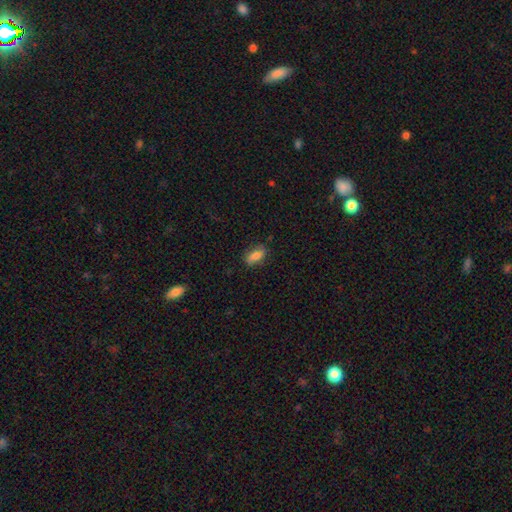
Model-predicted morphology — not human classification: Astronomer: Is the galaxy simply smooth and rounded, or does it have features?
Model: smooth — 76%.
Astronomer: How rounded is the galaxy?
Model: in between — 84%.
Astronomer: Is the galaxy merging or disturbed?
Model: none — 79%.